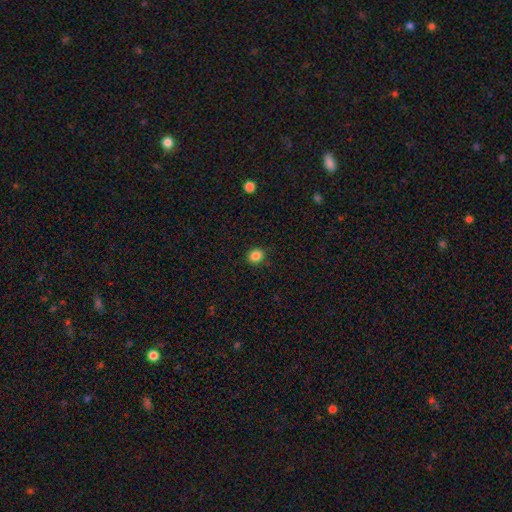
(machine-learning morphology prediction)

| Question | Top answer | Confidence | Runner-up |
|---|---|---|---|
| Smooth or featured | smooth | 85% | star or artifact (11%) |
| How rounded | round | 75% | in between (24%) |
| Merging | none | 89% | minor disturbance (8%) |